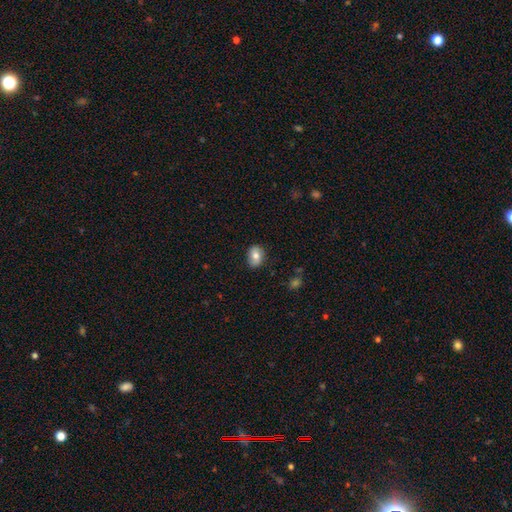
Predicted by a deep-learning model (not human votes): Smooth or featured? smooth (77%)
How rounded? in between (69%)
Merging? none (81%)